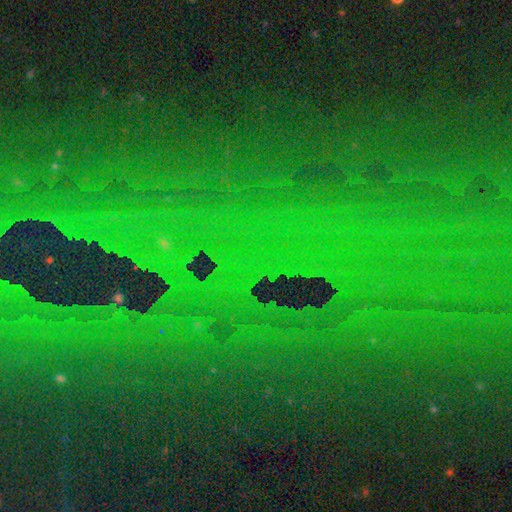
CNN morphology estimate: smooth-or-featured: star or artifact: 80% | featured or disk: 11% | smooth: 10%